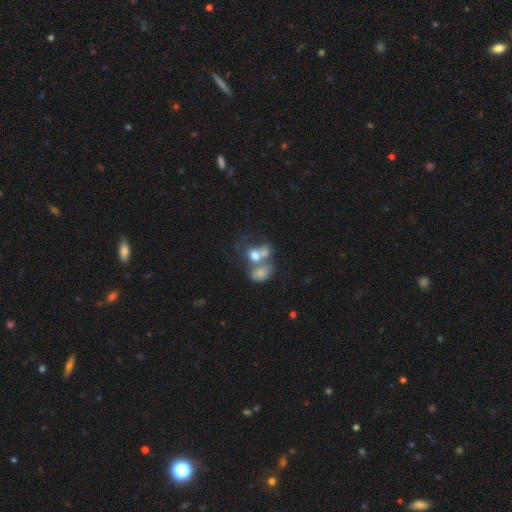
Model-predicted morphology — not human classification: Overall: smooth (61%; featured or disk 27%). How rounded: in between (61%; round 37%). Merging: merger (65%).